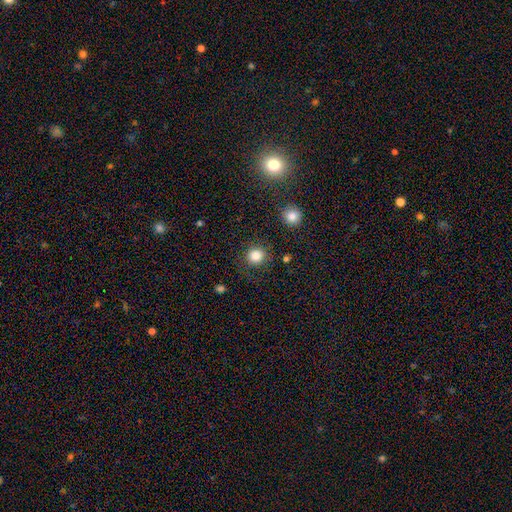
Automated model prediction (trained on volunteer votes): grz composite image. It shows a smooth galaxy with no disk features (85%) that is round (90%). Merging: none (82%).